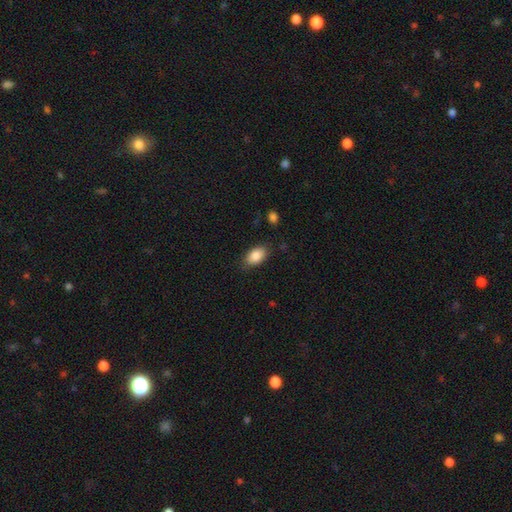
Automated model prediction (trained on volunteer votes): Q: Smooth or featured?
A: smooth (87%); runner-up: star or artifact (7%)
Q: How rounded?
A: in between (91%); runner-up: round (7%)
Q: Merging?
A: none (82%); runner-up: minor disturbance (13%)